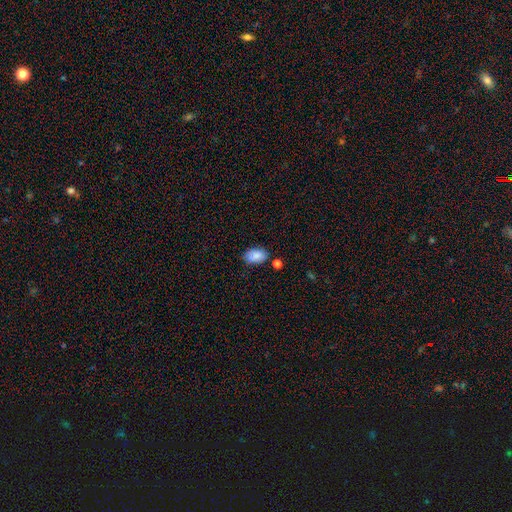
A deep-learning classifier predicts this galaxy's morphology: smooth 87%, star or artifact 7%, featured or disk 6%. Down the decision tree: how rounded — in between (92%); merging — none (74%).